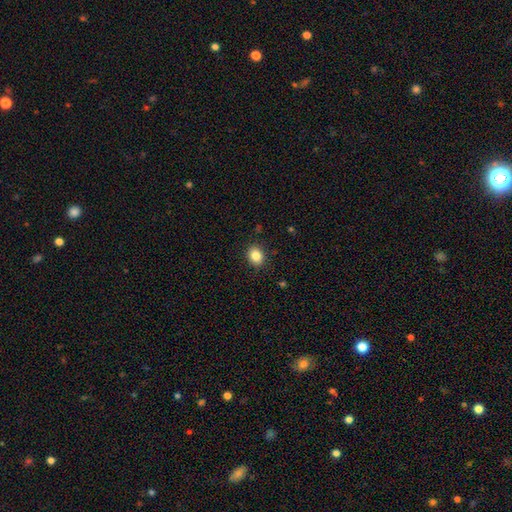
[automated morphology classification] Q: Smooth or featured?
A: smooth (85%); runner-up: star or artifact (10%)
Q: How rounded?
A: in between (50%); tied with: round (50%)
Q: Merging?
A: none (88%); runner-up: minor disturbance (8%)